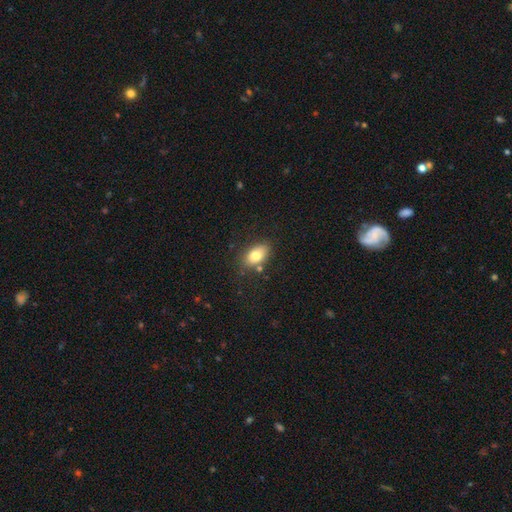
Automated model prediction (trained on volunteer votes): A smooth galaxy with no disk features (78%) that is in between round and cigar-shaped (86%).

Vote fractions:
- Smooth or featured? smooth: 78% / featured or disk: 13% / star or artifact: 9%
- How rounded? in between: 86% / round: 11% / cigar-shaped: 2%
- Merging? none: 78% / minor disturbance: 14% / merger: 5% / major disturbance: 3%